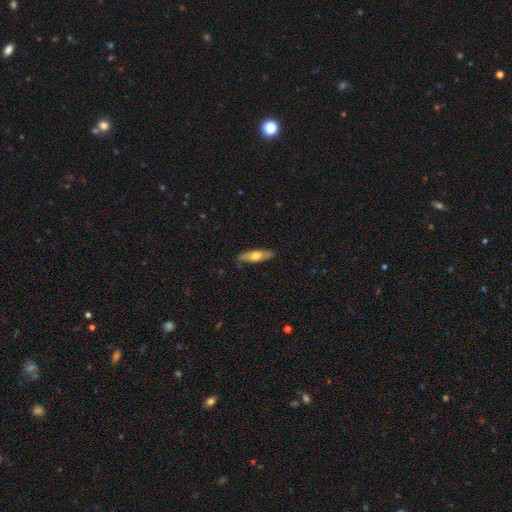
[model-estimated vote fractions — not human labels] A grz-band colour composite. It shows a smooth galaxy with no disk features (59%) that is cigar-shaped (52%). Merging: none (87%).